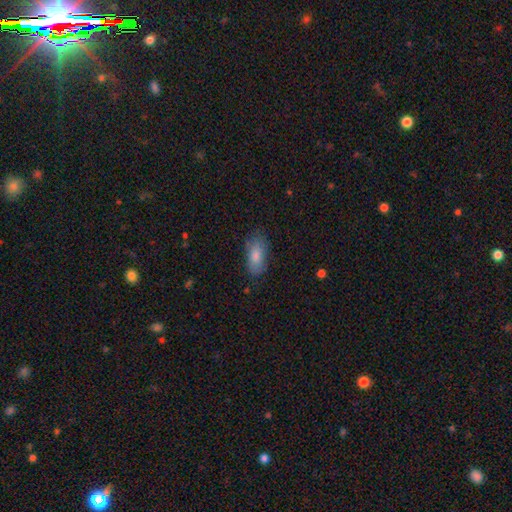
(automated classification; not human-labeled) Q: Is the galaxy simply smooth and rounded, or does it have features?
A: smooth — 79%.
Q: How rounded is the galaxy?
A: in between — 84%.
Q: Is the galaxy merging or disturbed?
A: none — 80%.